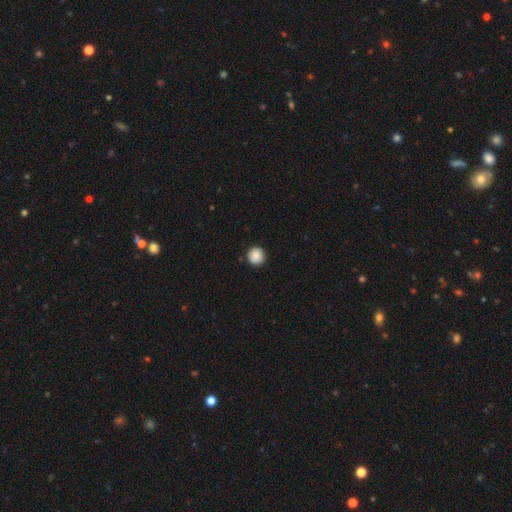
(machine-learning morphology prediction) Q: Smooth or featured?
A: smooth (87%); runner-up: star or artifact (8%)
Q: How rounded?
A: round (94%); runner-up: in between (5%)
Q: Merging?
A: none (90%); runner-up: minor disturbance (8%)